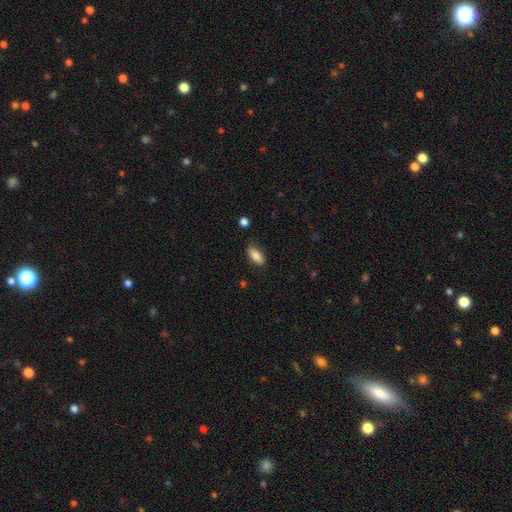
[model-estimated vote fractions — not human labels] A smooth galaxy with no disk features (81%) that is in between round and cigar-shaped (84%). Merging: none (81%).